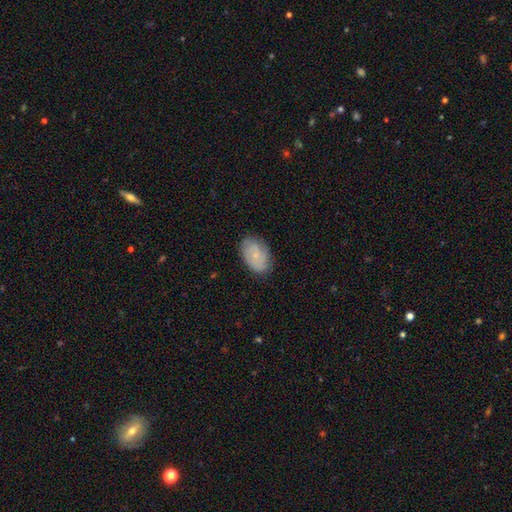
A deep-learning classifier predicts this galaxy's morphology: Overall: featured or disk (49%; smooth 43%). Merging: none (80%).